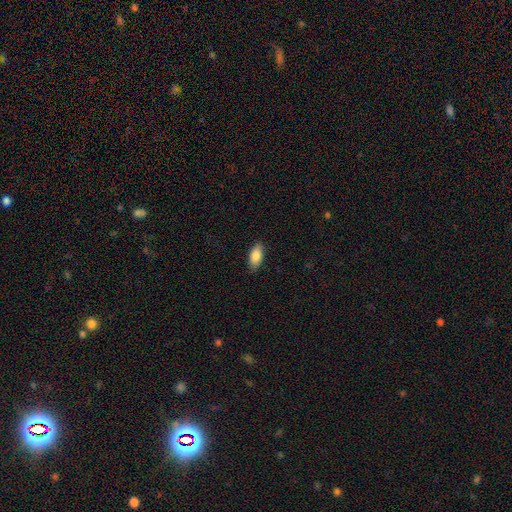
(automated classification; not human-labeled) Smooth or featured? smooth (84%)
How rounded? in between (88%)
Merging? none (86%)